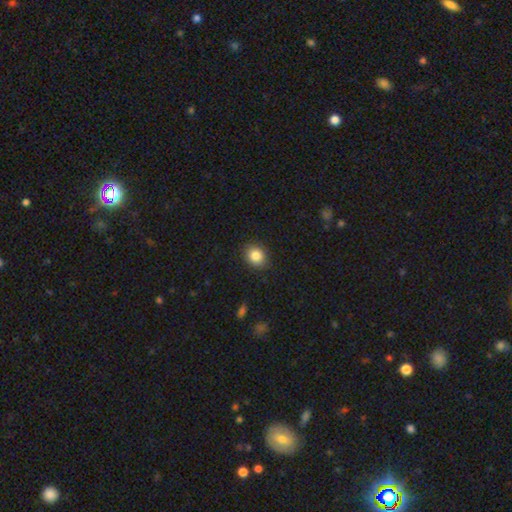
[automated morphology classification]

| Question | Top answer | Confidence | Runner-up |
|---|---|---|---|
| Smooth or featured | smooth | 85% | star or artifact (10%) |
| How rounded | round | 67% | in between (32%) |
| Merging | none | 88% | minor disturbance (9%) |